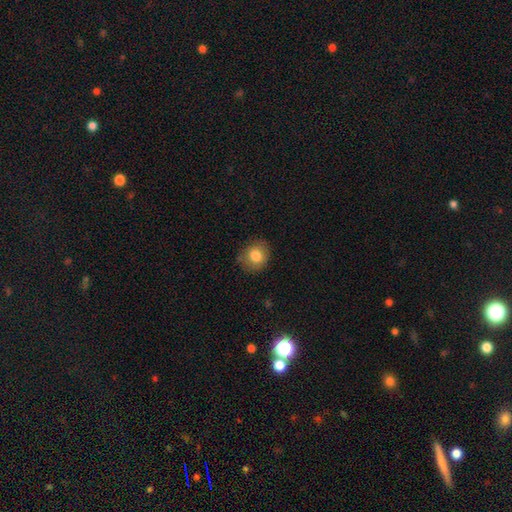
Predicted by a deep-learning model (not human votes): Smooth or featured?
  - smooth: 81% *
  - star or artifact: 9%
  - featured or disk: 9%
How rounded?
  - round: 76% *
  - in between: 23%
  - cigar-shaped: 1%
Merging?
  - none: 84% *
  - minor disturbance: 12%
  - major disturbance: 3%
  - merger: 1%